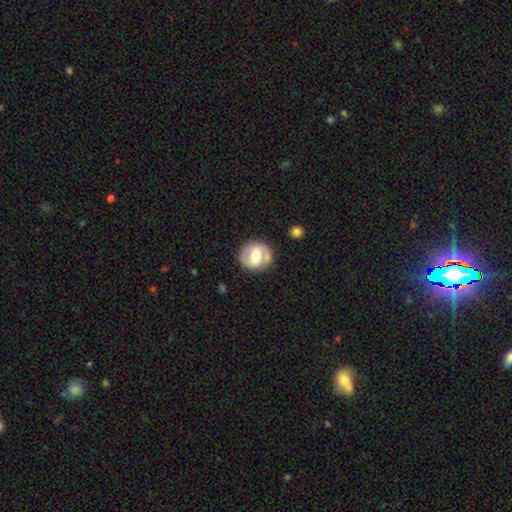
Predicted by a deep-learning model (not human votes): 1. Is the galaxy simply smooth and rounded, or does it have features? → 55% featured or disk, 39% smooth, 6% star or artifact.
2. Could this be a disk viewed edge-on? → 96% no, 4% yes.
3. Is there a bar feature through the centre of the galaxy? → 44% weak, 30% strong, 26% no.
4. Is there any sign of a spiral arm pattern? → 68% yes, 32% no.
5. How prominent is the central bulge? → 66% moderate, 19% large, 12% small, 2% dominant, 1% none.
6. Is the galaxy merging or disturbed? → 79% none, 13% minor disturbance, 4% major disturbance, 4% merger.